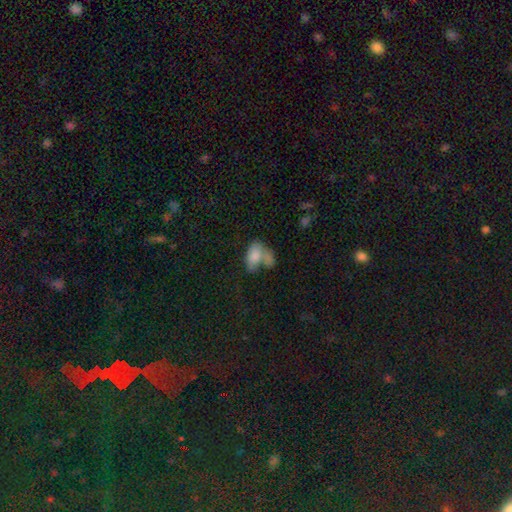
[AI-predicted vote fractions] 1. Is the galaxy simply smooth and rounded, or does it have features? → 75% smooth, 16% featured or disk, 9% star or artifact.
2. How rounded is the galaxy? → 88% in between, 9% round, 2% cigar-shaped.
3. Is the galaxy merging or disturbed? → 50% merger, 21% none, 15% major disturbance, 14% minor disturbance.